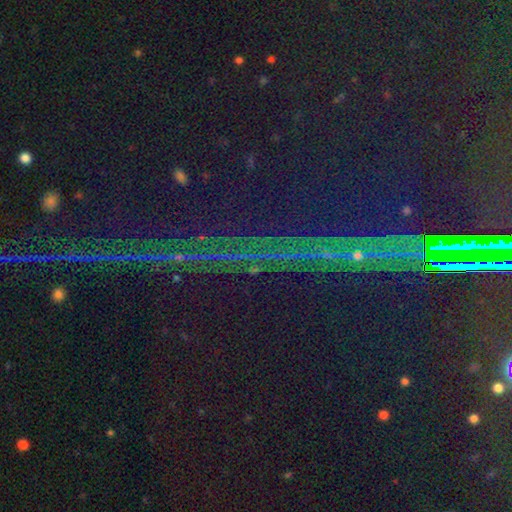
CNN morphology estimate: This appears to be a star or artifact, not a galaxy (88%).